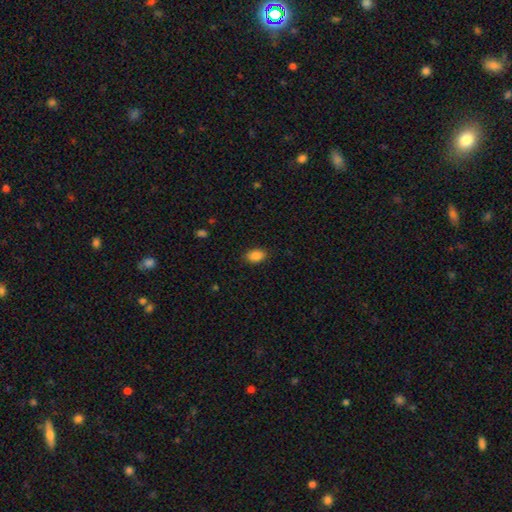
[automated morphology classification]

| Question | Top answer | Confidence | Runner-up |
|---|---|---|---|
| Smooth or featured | smooth | 87% | star or artifact (8%) |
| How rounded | in between | 86% | round (12%) |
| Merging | none | 87% | minor disturbance (10%) |